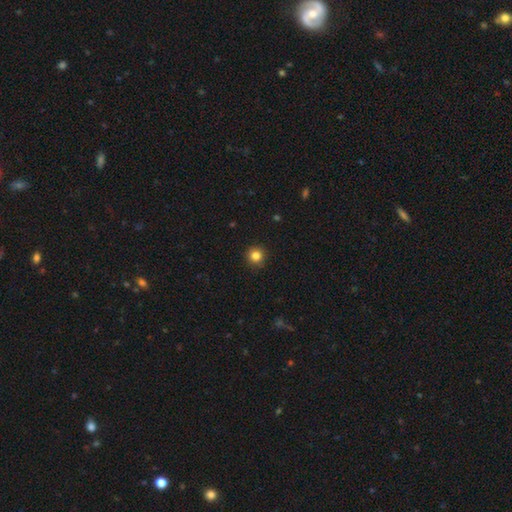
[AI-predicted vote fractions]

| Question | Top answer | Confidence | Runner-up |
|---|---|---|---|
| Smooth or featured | smooth | 84% | star or artifact (12%) |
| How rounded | round | 95% | in between (4%) |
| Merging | none | 91% | minor disturbance (6%) |